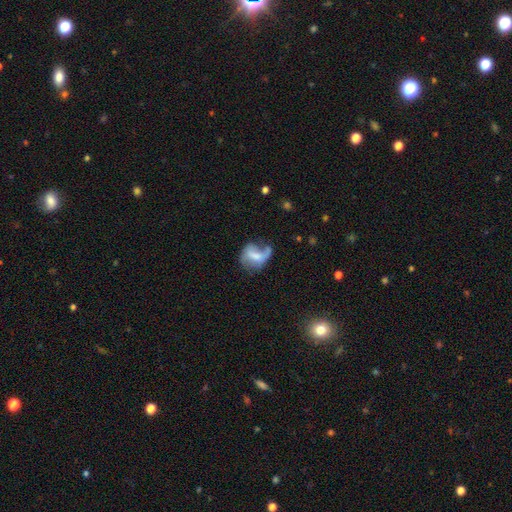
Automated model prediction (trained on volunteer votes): A featured or disk galaxy (54%) with a weak bar (44%), spiral arms (67%) and a moderate central bulge (32%, tied with small). Merging: major disturbance (37%).